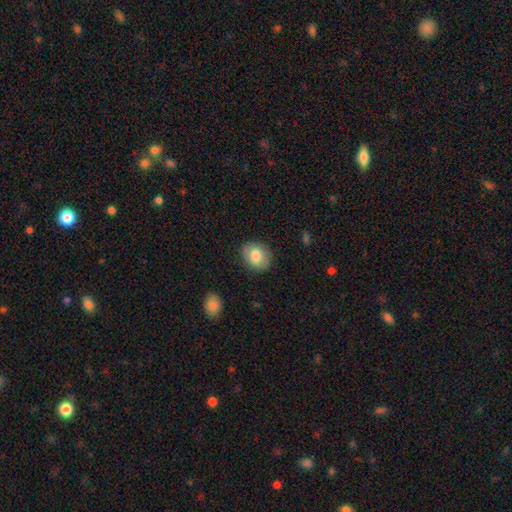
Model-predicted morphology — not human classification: This appears to be a smooth galaxy with no disk features (79%) that is round (61%). Merging: none (86%).